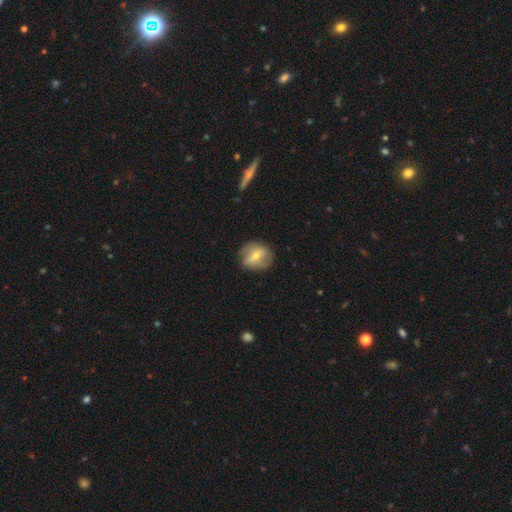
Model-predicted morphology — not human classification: smooth_or_featured: smooth (p=0.48) [alt: featured or disk p=0.44]
merging: none (p=0.80) [alt: minor disturbance p=0.15]